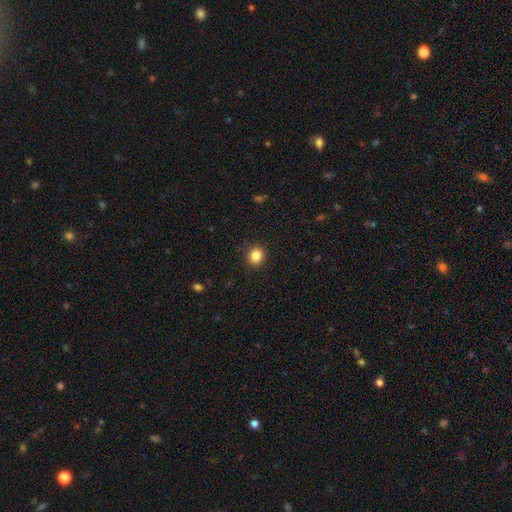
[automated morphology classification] smooth 85%, star or artifact 10%, featured or disk 4%. Down the decision tree: how rounded — round (78%); merging — none (91%).